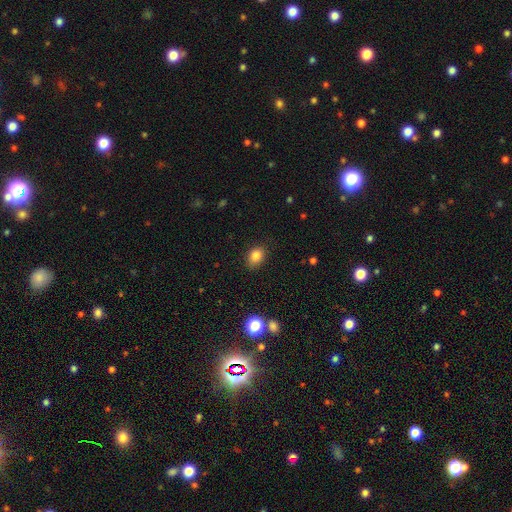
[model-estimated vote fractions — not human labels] The model was most divided on "how rounded": in between: 68%, round: 31%, cigar-shaped: 1%. More confident: merging — none (84%); smooth or featured — smooth (83%).